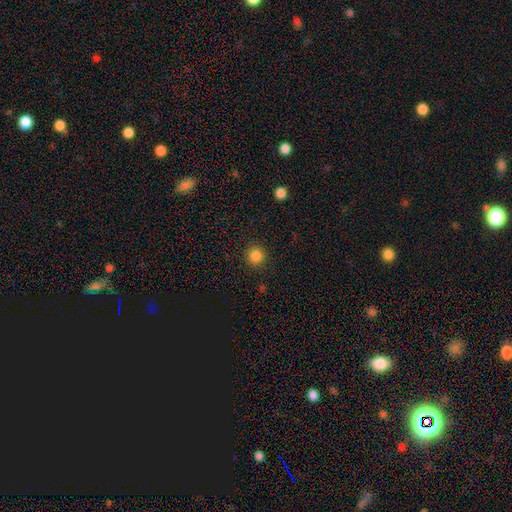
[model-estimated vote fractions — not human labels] Morphology: type=smooth (85%); roundness=round (94%); merging=none (91%).